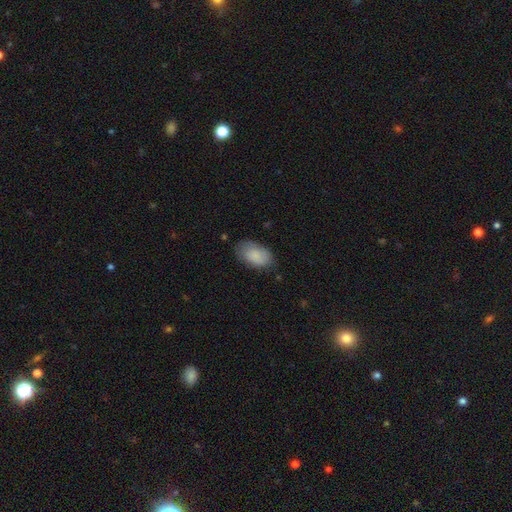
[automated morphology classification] Smooth or featured? smooth (86%)
How rounded? in between (93%)
Merging? none (69%)